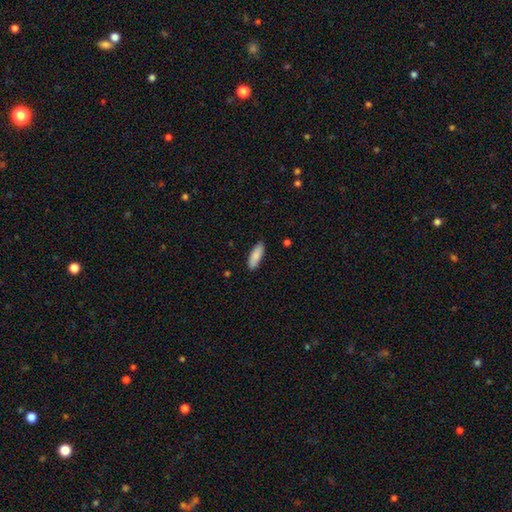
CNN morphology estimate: type=smooth (88%); roundness=in between (61%); merging=none (86%).